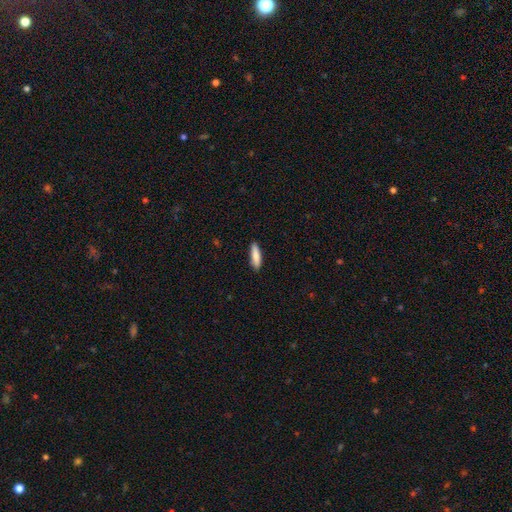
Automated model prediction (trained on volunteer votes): Smooth or featured?
  - smooth: 85% *
  - featured or disk: 9%
  - star or artifact: 6%
How rounded?
  - cigar-shaped: 67% *
  - in between: 32%
  - round: 1%
Merging?
  - none: 89% *
  - minor disturbance: 9%
  - major disturbance: 2%
  - merger: 1%